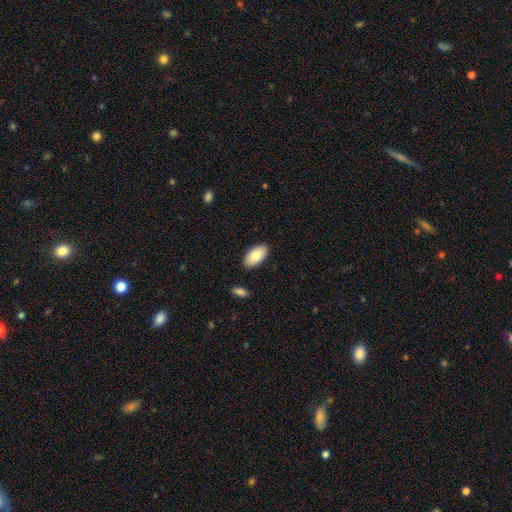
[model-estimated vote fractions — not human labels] smooth-or-featured: smooth: 78% | featured or disk: 15% | star or artifact: 6%
  how-rounded: in between: 95% | round: 3% | cigar-shaped: 2%
  merging: none: 88% | minor disturbance: 8% | major disturbance: 2% | merger: 2%